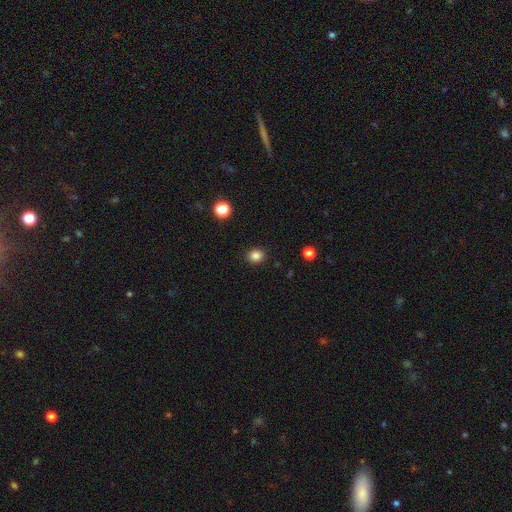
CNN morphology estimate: smooth-or-featured: smooth: 85% | star or artifact: 12% | featured or disk: 4%
  how-rounded: round: 74% | in between: 25% | cigar-shaped: 1%
  merging: none: 91% | minor disturbance: 6% | major disturbance: 2% | merger: 1%